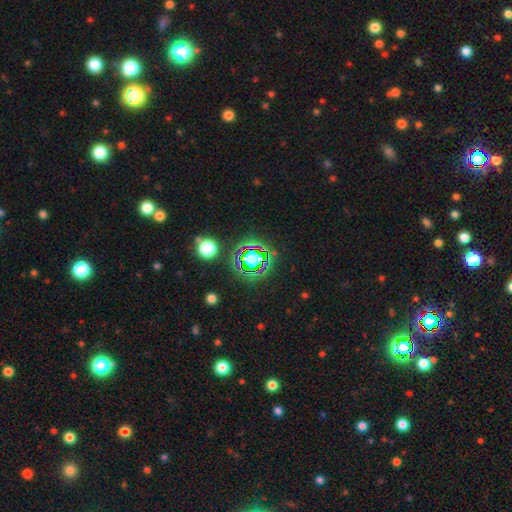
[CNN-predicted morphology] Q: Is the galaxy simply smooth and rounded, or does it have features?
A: star or artifact — 68%.